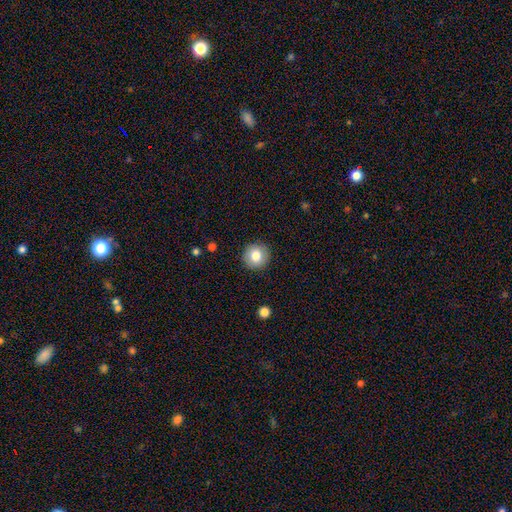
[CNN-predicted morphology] Overall: smooth (78%). How rounded: round (94%). Merging: none (90%).